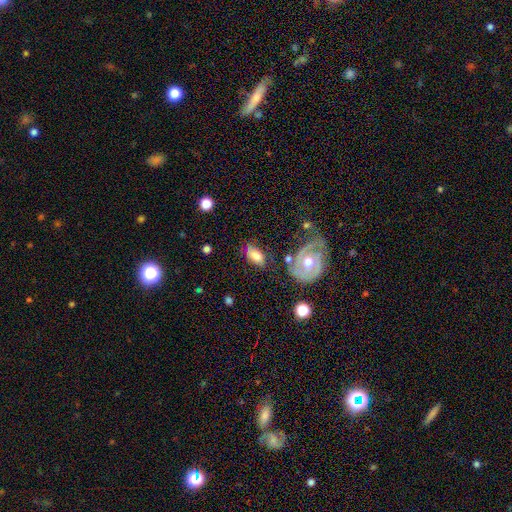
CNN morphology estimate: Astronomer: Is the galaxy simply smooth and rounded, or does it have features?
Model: smooth — 65%.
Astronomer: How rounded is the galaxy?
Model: in between — 89%.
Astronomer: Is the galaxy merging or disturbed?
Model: none — 59%.